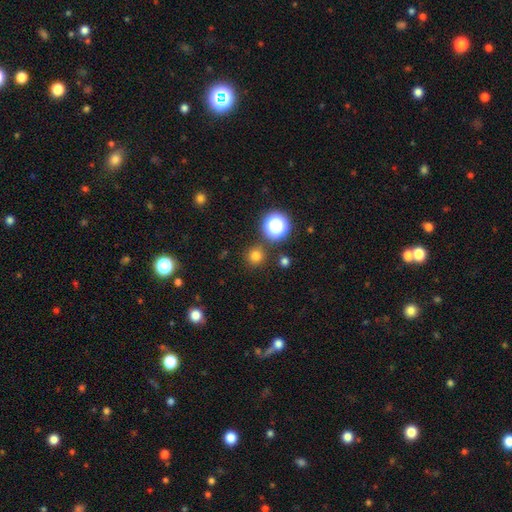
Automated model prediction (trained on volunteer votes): Overall: smooth (74%). How rounded: round (94%). Merging: none (86%).